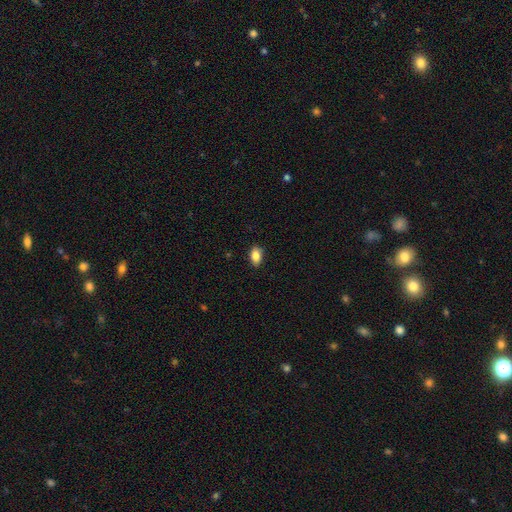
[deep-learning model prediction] A smooth galaxy with no disk features (86%) that is in between round and cigar-shaped (89%).

Vote fractions:
- Smooth or featured? smooth: 86% / star or artifact: 8% / featured or disk: 6%
- How rounded? in between: 89% / round: 8% / cigar-shaped: 3%
- Merging? none: 86% / minor disturbance: 11% / major disturbance: 2% / merger: 1%